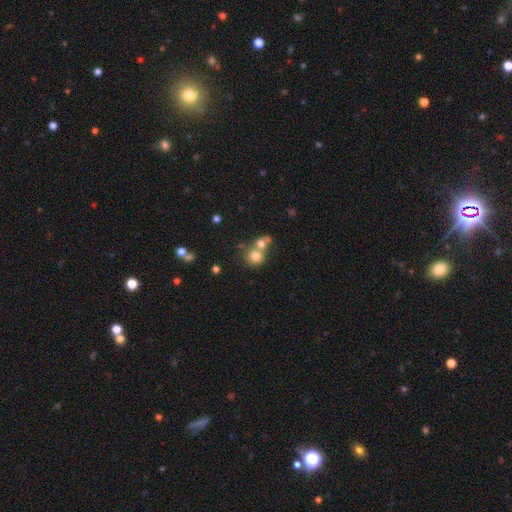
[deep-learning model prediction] smooth 75%, star or artifact 13%, featured or disk 13%. Down the decision tree: how rounded — round (84%); merging — merger (50%).